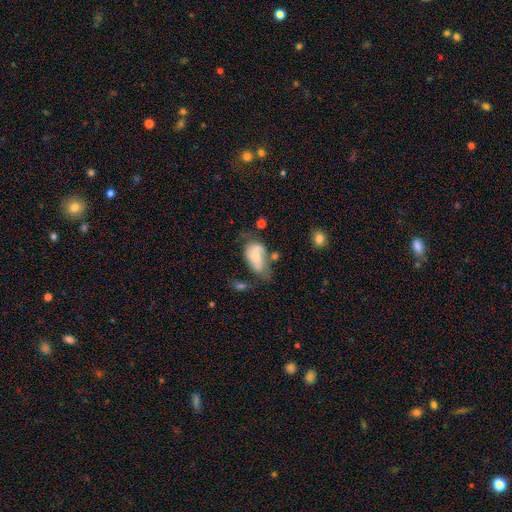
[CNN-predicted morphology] A smooth galaxy with no disk features (48%). Merging: minor disturbance (29%, tied with major disturbance).